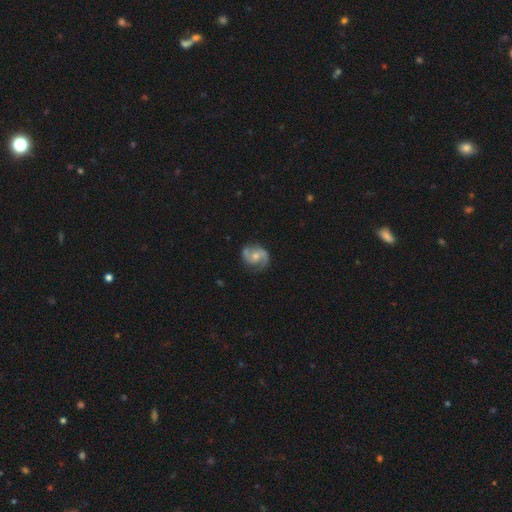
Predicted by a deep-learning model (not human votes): The model was most divided on "bar": no: 53%, weak: 39%, strong: 9%. More confident: edge-on disk — no (98%); spiral arms — yes (95%); spiral arm count — 2 (89%); smooth or featured — featured or disk (83%); merging — none (74%); bulge size — moderate (57%); spiral winding — medium (54%).